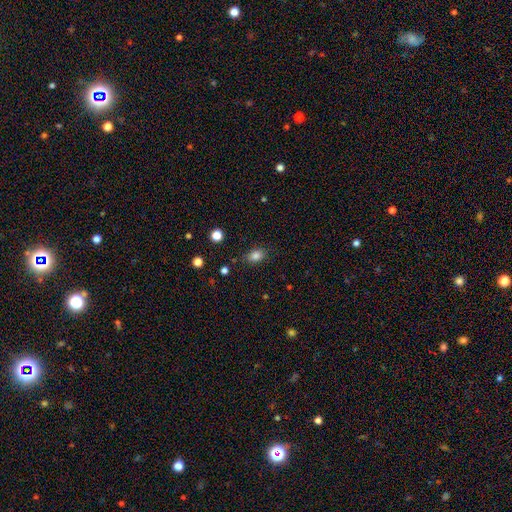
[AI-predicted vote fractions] Q: Smooth or featured?
A: smooth (83%); runner-up: star or artifact (11%)
Q: How rounded?
A: in between (75%); runner-up: round (23%)
Q: Merging?
A: none (81%); runner-up: minor disturbance (13%)